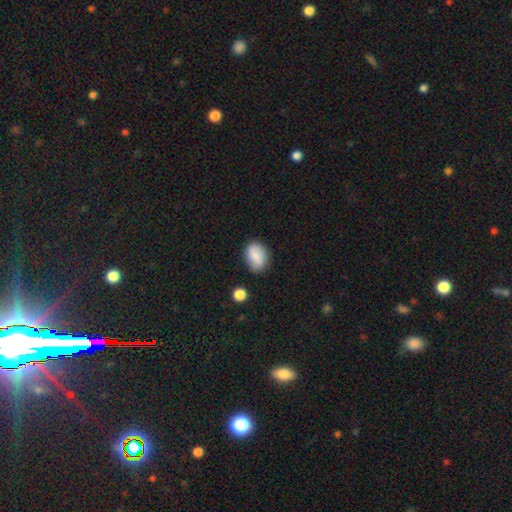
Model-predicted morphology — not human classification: smooth-or-featured: smooth: 77% | featured or disk: 15% | star or artifact: 8%
  how-rounded: in between: 75% | round: 23% | cigar-shaped: 2%
  merging: none: 77% | minor disturbance: 17% | major disturbance: 4% | merger: 3%